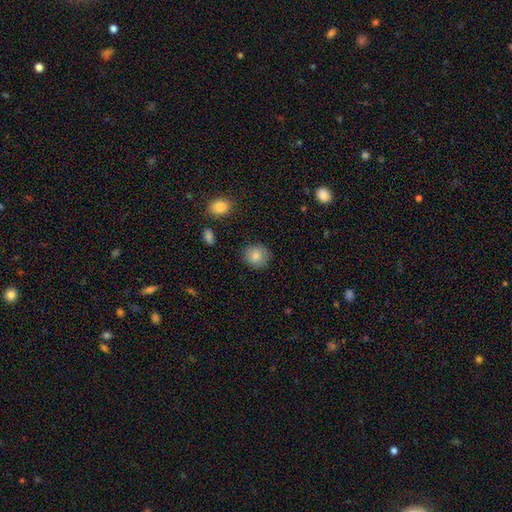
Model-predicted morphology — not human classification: This is clearly a smooth galaxy (85%). How rounded: clearly round (84%). Merging: clearly none (85%).